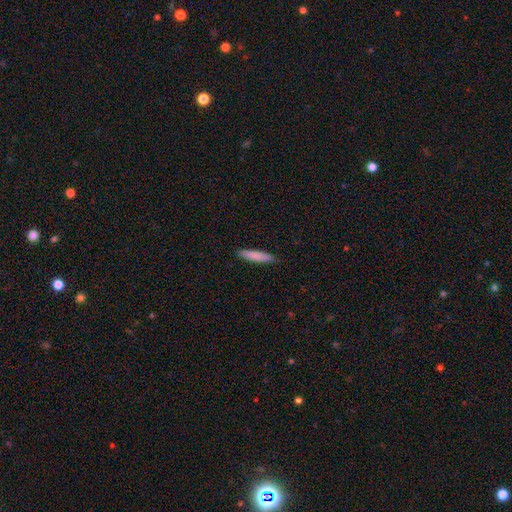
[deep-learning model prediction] The model was most divided on "smooth or featured": smooth: 85%, featured or disk: 9%, star or artifact: 5%. More confident: merging — none (91%); how rounded — cigar-shaped (88%).